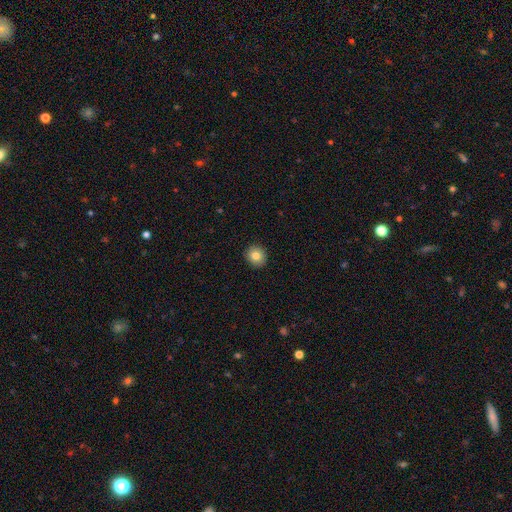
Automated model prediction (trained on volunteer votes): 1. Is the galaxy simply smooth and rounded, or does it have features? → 82% smooth, 9% star or artifact, 9% featured or disk.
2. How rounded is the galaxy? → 86% round, 13% in between, 1% cigar-shaped.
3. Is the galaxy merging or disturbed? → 92% none, 6% minor disturbance, 2% major disturbance, 1% merger.